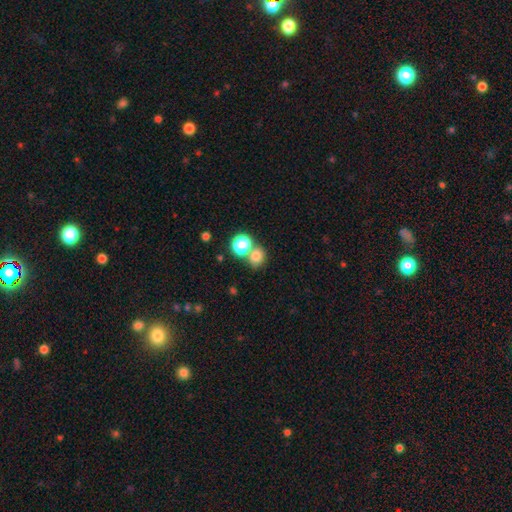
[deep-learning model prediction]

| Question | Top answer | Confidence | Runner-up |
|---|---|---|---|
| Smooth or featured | smooth | 75% | star or artifact (18%) |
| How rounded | round | 73% | in between (26%) |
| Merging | none | 57% | merger (31%) |